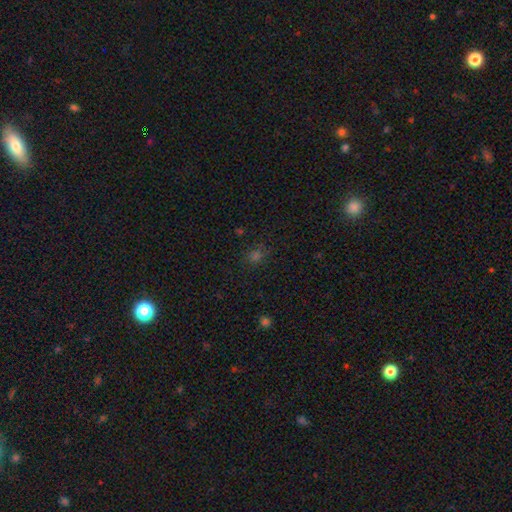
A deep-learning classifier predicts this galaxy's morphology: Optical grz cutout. It shows a smooth galaxy with no disk features (58%) that is round (74%). Merging: none (81%).